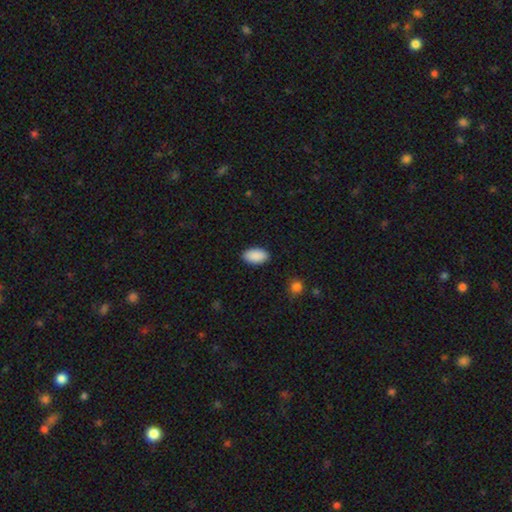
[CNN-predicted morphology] type=smooth (91%); roundness=in between (95%); merging=none (89%).